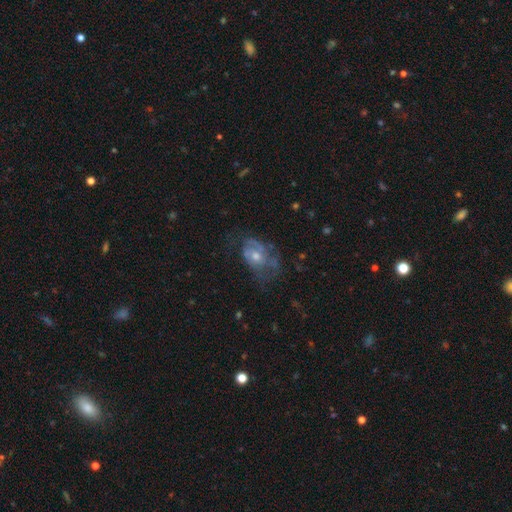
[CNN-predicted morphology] Smooth or featured? Predicted: featured or disk (p=0.61). Edge-on disk? Predicted: no (p=0.96). Bar? Predicted: no (p=0.81). Spiral arms? Predicted: yes (p=0.59). Bulge size? Predicted: moderate (p=0.58). Merging? Predicted: none (p=0.45).